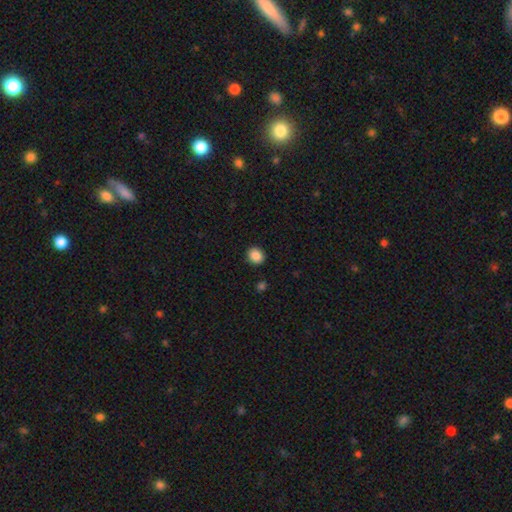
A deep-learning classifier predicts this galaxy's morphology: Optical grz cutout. It shows a smooth galaxy with no disk features (87%) that is round (81%). Merging: none (91%).